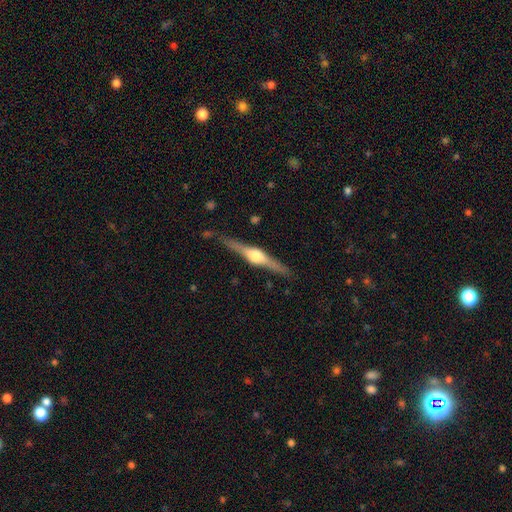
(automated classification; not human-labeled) This appears to be a featured or disk galaxy (80%) viewed edge-on (98%) with a rounded central bulge (93%). Merging: none (87%).